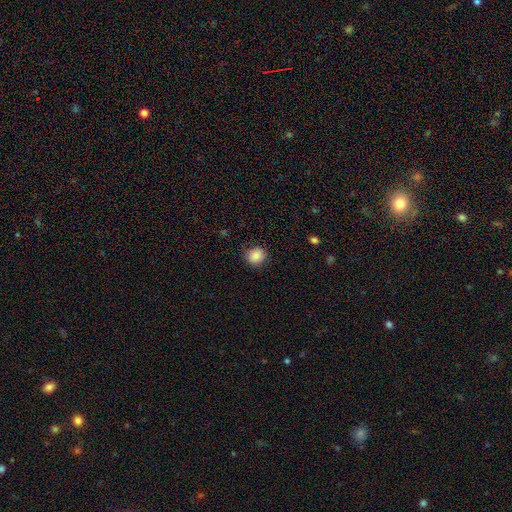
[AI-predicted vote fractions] Smooth or featured?
  - smooth: 86% *
  - star or artifact: 9%
  - featured or disk: 5%
How rounded?
  - round: 82% *
  - in between: 17%
  - cigar-shaped: 1%
Merging?
  - none: 86% *
  - minor disturbance: 10%
  - major disturbance: 3%
  - merger: 1%